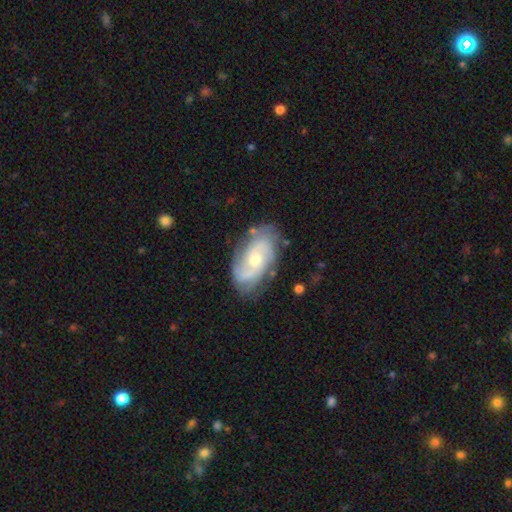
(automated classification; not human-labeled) Smooth or featured? Predicted: featured or disk (p=0.80). Edge-on disk? Predicted: no (p=0.96). Bar? Predicted: no (p=0.64). Spiral arms? Predicted: yes (p=0.95). Spiral winding? Predicted: tight (p=0.49). Spiral arm count? Predicted: 2 (p=0.51). Bulge size? Predicted: moderate (p=0.52). Merging? Predicted: none (p=0.77).